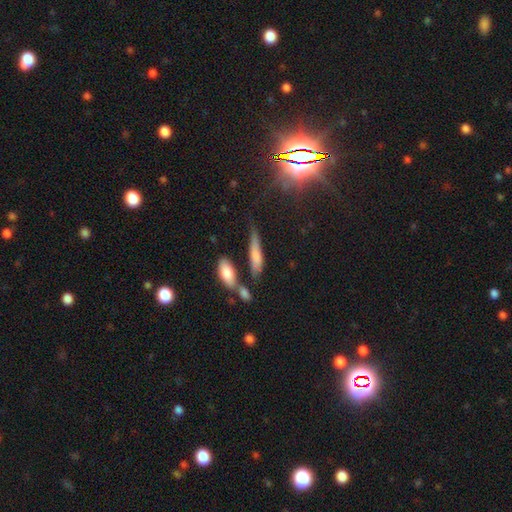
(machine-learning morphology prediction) This appears to be a smooth galaxy with no disk features (69%) that is cigar-shaped (64%). Merging: none (44%).